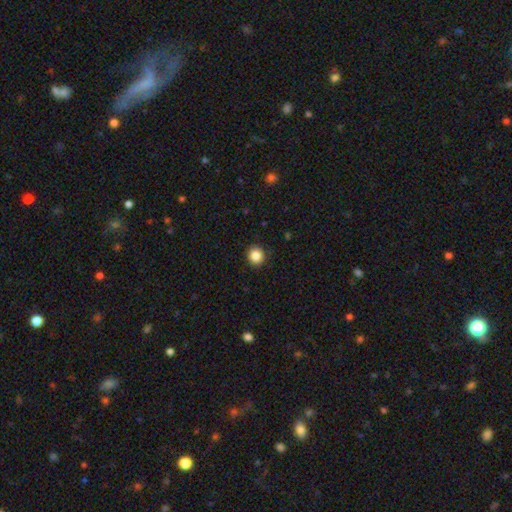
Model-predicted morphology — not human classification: The model was most divided on "smooth or featured": smooth: 86%, star or artifact: 10%, featured or disk: 4%. More confident: merging — none (91%); how rounded — round (89%).